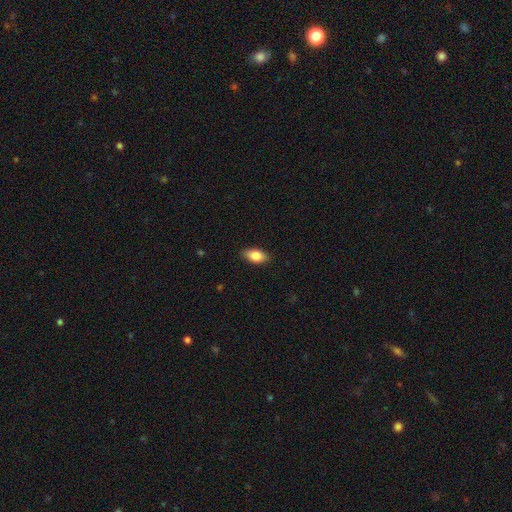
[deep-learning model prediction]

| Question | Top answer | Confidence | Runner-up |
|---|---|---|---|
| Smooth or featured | smooth | 83% | featured or disk (10%) |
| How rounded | in between | 90% | round (5%) |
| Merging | none | 88% | minor disturbance (9%) |